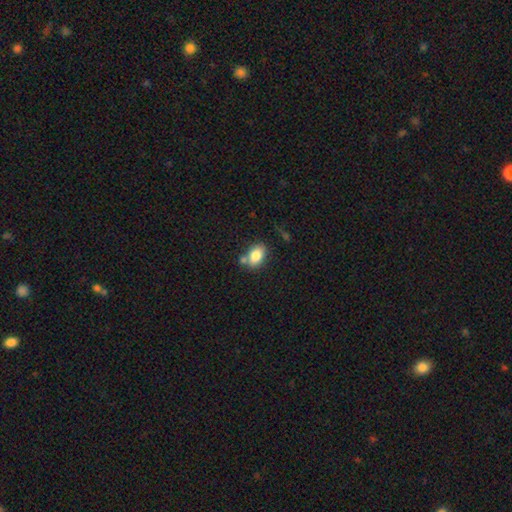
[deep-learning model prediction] This is clearly a smooth galaxy (83%). How rounded: clearly in between (84%). Merging: likely none (62%).